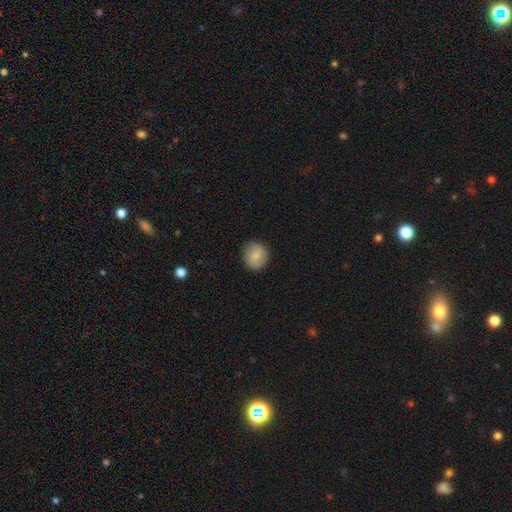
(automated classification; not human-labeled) smooth-or-featured: smooth: 70% | featured or disk: 23% | star or artifact: 7%
  how-rounded: round: 84% | in between: 15% | cigar-shaped: 1%
  merging: none: 85% | minor disturbance: 12% | major disturbance: 3% | merger: 1%